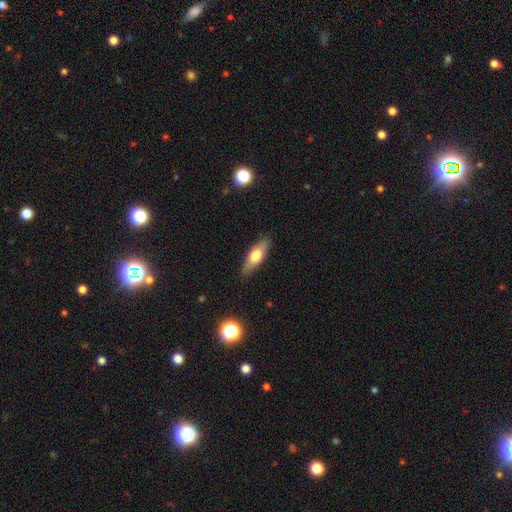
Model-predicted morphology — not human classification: A smooth galaxy with no disk features (61%) that is in between round and cigar-shaped (60%). Merging: none (87%).